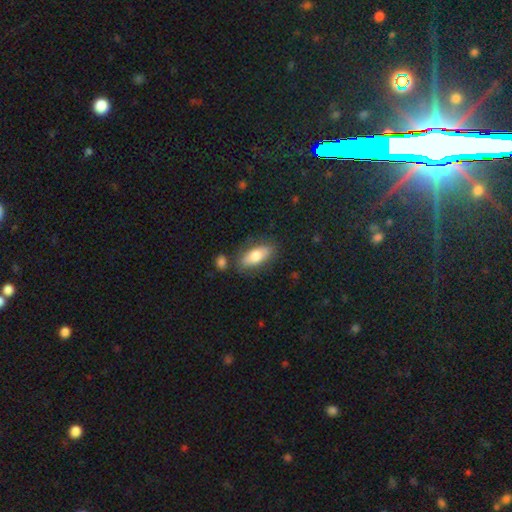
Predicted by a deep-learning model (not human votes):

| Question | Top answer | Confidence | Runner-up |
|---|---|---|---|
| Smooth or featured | smooth | 74% | featured or disk (20%) |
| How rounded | in between | 85% | cigar-shaped (12%) |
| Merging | none | 78% | minor disturbance (13%) |